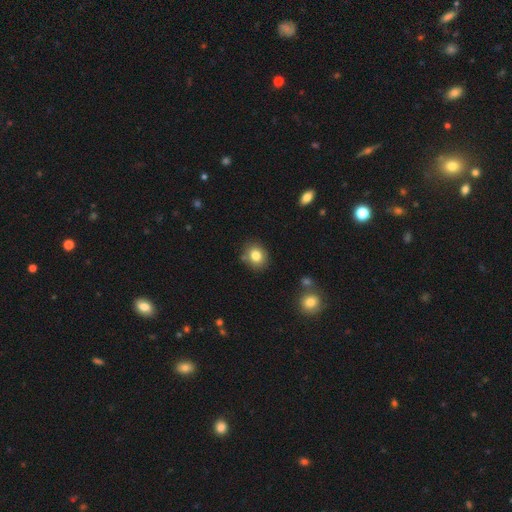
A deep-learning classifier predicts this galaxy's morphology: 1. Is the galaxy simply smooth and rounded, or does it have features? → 81% smooth, 10% star or artifact, 9% featured or disk.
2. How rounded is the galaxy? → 66% round, 34% in between, 1% cigar-shaped.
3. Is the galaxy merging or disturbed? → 80% none, 12% minor disturbance, 5% merger, 3% major disturbance.